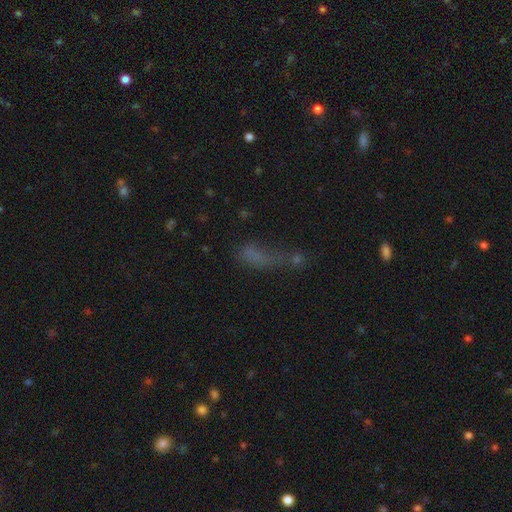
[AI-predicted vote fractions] Smooth or featured: smooth — 58% (star or artifact — 25%)
How rounded: in between — 57% (cigar-shaped — 34%)
Merging: major disturbance — 33% (none — 26%)